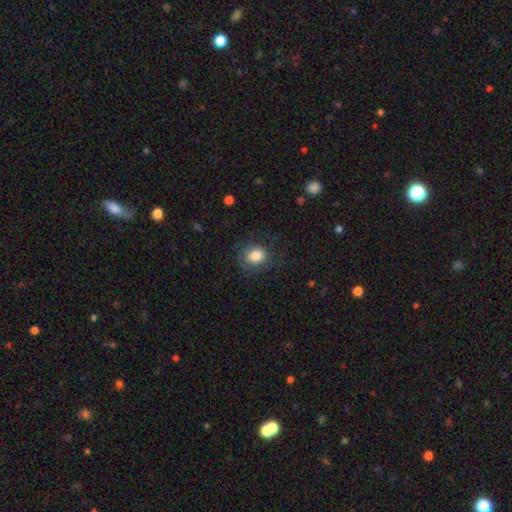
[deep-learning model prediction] Smooth or featured?
  - smooth: 82% *
  - featured or disk: 10%
  - star or artifact: 8%
How rounded?
  - round: 61% *
  - in between: 38%
  - cigar-shaped: 1%
Merging?
  - none: 71% *
  - minor disturbance: 18%
  - major disturbance: 10%
  - merger: 1%